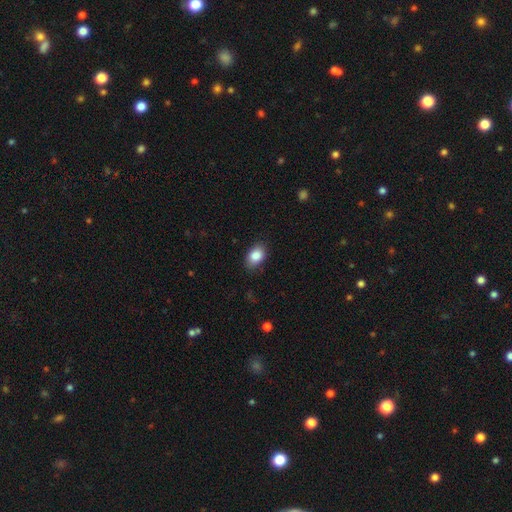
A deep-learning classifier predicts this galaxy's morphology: This appears to be a smooth galaxy with no disk features (86%) that is in between round and cigar-shaped (81%). Merging: none (82%).